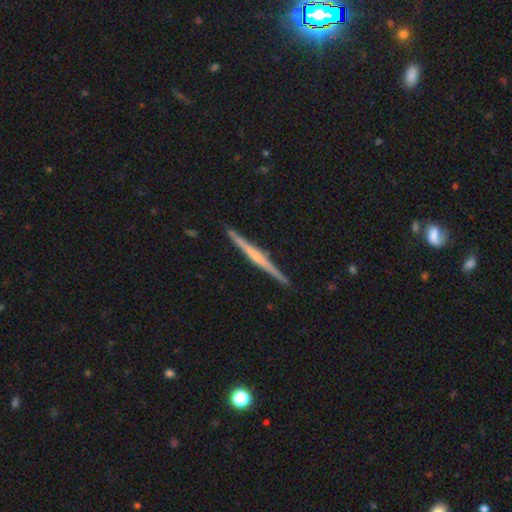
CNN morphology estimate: type=featured or disk (74%); edge-on=yes (99%); edge-on bulge=rounded (45%); merging=none (92%).